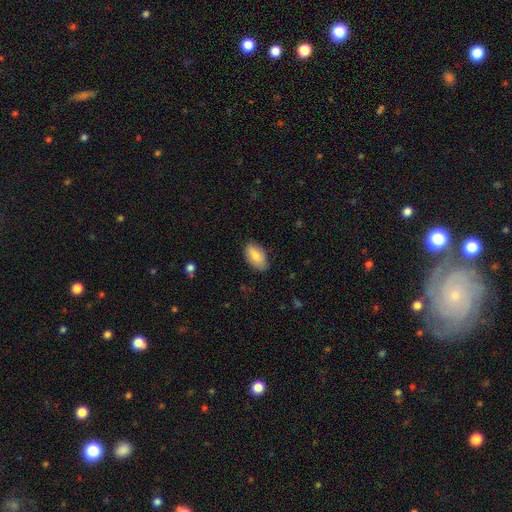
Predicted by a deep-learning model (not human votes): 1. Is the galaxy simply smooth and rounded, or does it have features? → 83% smooth, 11% featured or disk, 6% star or artifact.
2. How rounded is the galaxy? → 94% in between, 4% round, 2% cigar-shaped.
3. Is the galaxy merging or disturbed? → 83% none, 13% minor disturbance, 3% major disturbance, 1% merger.